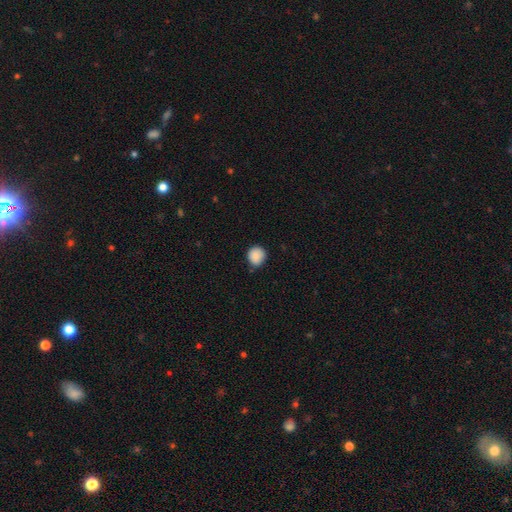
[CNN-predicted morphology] Smooth or featured? Predicted: smooth (p=0.88). How rounded? Predicted: round (p=0.90). Merging? Predicted: none (p=0.81).